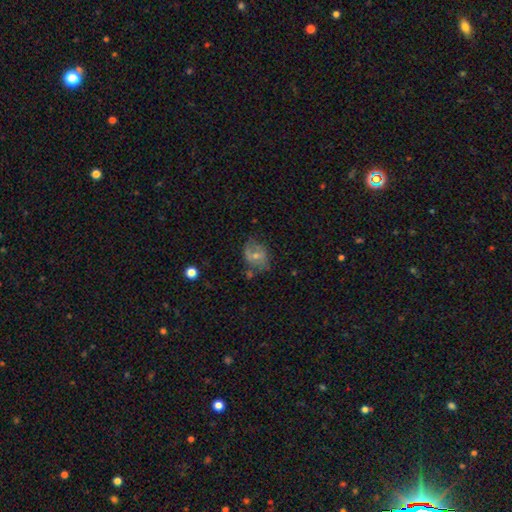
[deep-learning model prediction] Smooth or featured? smooth (50%)
How rounded? in between (57%)
Merging? none (52%)